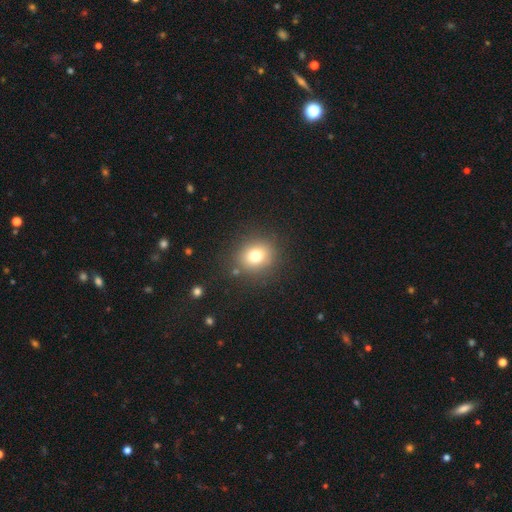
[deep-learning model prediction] smooth_or_featured: smooth (p=0.76) [alt: star or artifact p=0.14]
how_rounded: round (p=0.76) [alt: in between p=0.23]
merging: none (p=0.85) [alt: minor disturbance p=0.09]